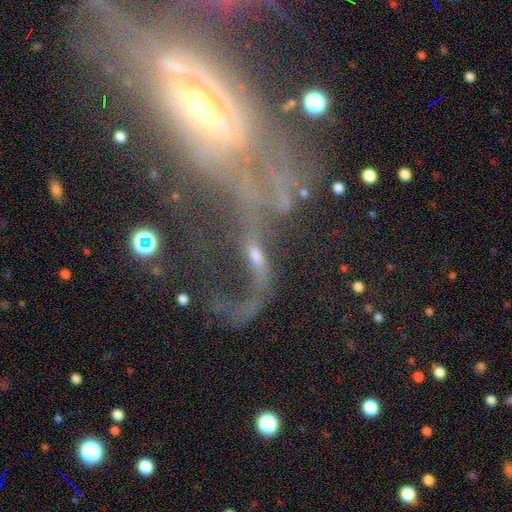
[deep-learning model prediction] This is likely a featured or disk galaxy (62%). It is likely not viewed edge-on (78%). Merging: marginally merger (33%).